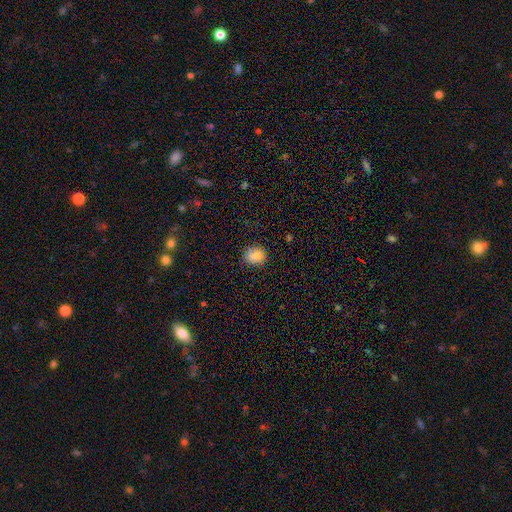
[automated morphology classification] Smooth or featured? smooth (84%)
How rounded? round (67%)
Merging? none (78%)